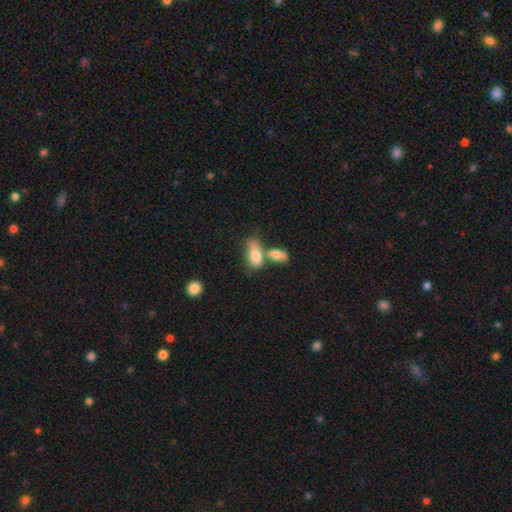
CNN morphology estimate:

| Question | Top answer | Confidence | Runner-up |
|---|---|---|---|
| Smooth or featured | smooth | 79% | featured or disk (15%) |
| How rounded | in between | 86% | cigar-shaped (8%) |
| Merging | merger | 53% | none (30%) |